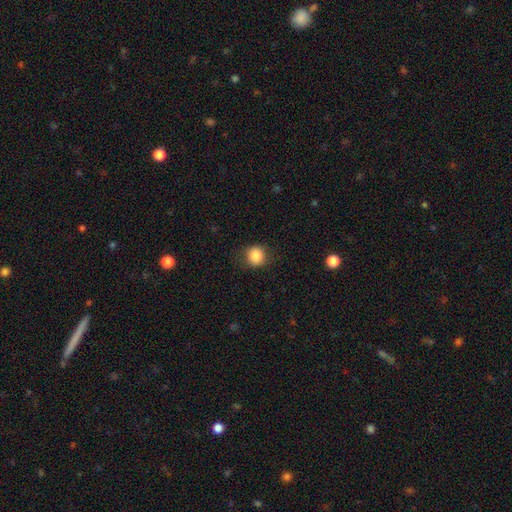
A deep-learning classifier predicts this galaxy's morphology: Overall: smooth (85%). How rounded: round (86%). Merging: none (81%).